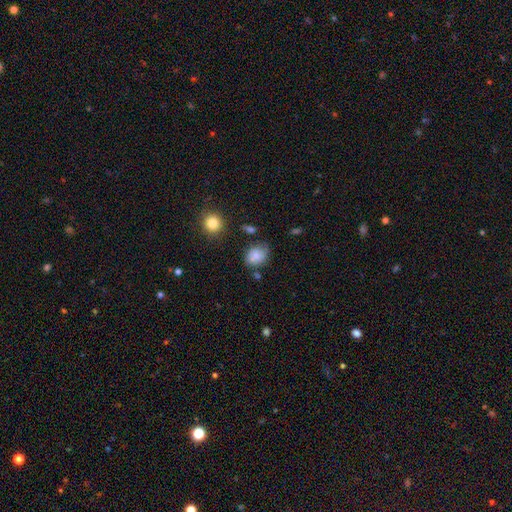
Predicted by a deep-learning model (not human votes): A smooth galaxy with no disk features (75%) that is in between round and cigar-shaped (55%). Merging: none (57%).